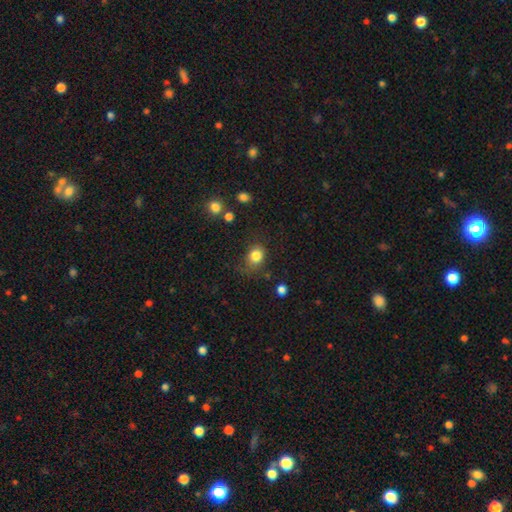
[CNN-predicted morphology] A smooth galaxy with no disk features (82%) that is round (57%).

Vote fractions:
- Smooth or featured? smooth: 82% / star or artifact: 11% / featured or disk: 7%
- How rounded? round: 57% / in between: 42% / cigar-shaped: 1%
- Merging? none: 62% / minor disturbance: 24% / major disturbance: 11% / merger: 3%